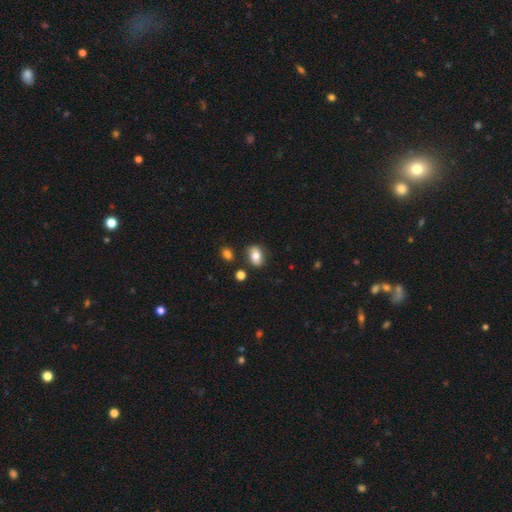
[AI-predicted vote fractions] The model was most divided on "how rounded": in between: 76%, round: 22%, cigar-shaped: 2%. More confident: merging — none (78%); smooth or featured — smooth (74%).